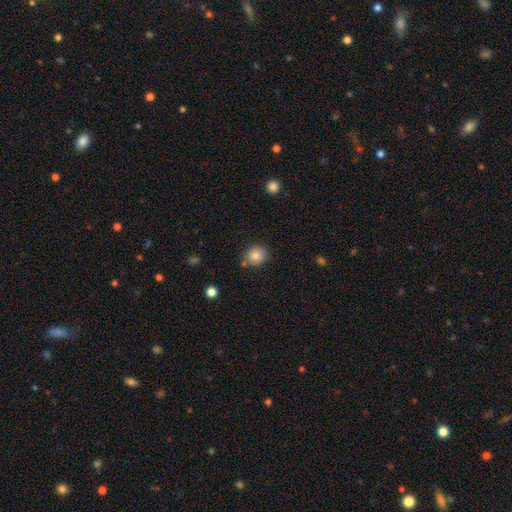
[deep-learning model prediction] A smooth galaxy with no disk features (83%) that is round (68%).

Vote fractions:
- Smooth or featured? smooth: 83% / star or artifact: 10% / featured or disk: 7%
- How rounded? round: 68% / in between: 31% / cigar-shaped: 1%
- Merging? none: 75% / minor disturbance: 14% / merger: 7% / major disturbance: 3%